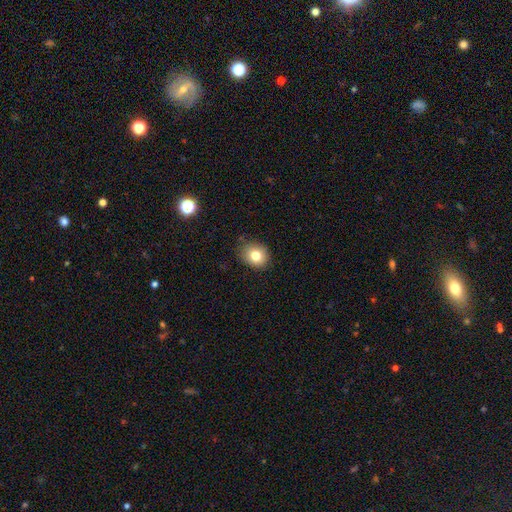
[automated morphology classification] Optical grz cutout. It shows a smooth galaxy with no disk features (79%) that is round (69%). Merging: none (82%).